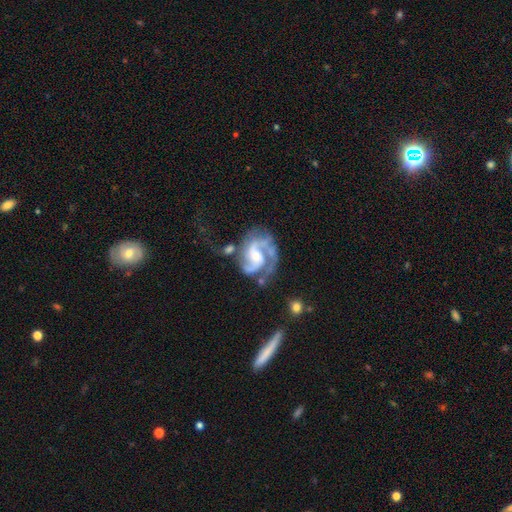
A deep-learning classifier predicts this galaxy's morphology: Smooth or featured: featured or disk — 92% (star or artifact — 5%)
Edge-on disk: no — 98% (yes — 2%)
Bar: no — 47% (weak — 40%)
Spiral arms: yes — 98% (no — 2%)
Spiral winding: medium — 57% (tight — 29%)
Spiral arm count: 2 — 76% (3 — 12%)
Bulge size: moderate — 44% (small — 43%)
Merging: none — 52% (minor disturbance — 22%)